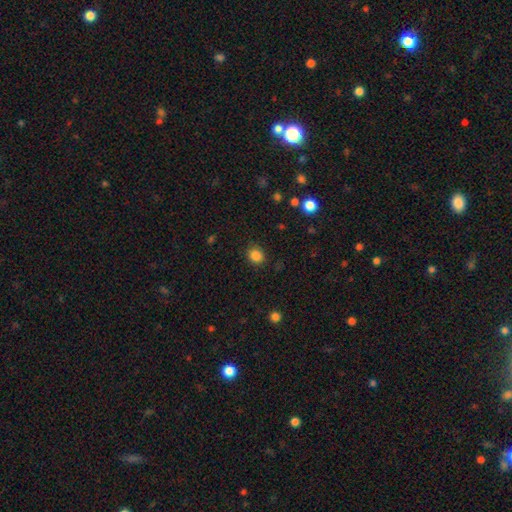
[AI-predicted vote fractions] This appears to be a smooth galaxy with no disk features (85%) that is round (68%). Merging: none (86%).